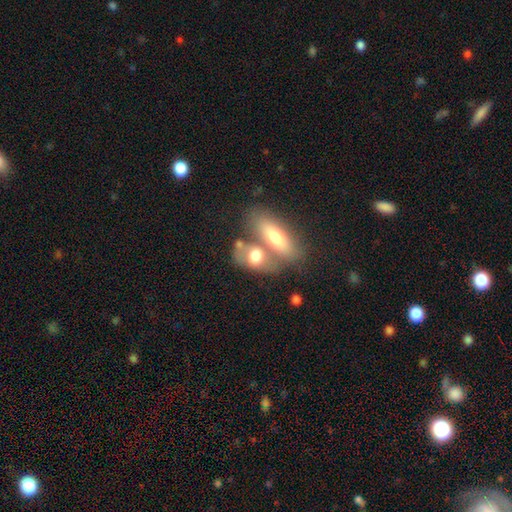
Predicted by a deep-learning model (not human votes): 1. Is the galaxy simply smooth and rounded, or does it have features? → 66% smooth, 27% featured or disk, 7% star or artifact.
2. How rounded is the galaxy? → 78% in between, 13% round, 9% cigar-shaped.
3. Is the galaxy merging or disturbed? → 51% merger, 31% none, 11% minor disturbance, 7% major disturbance.